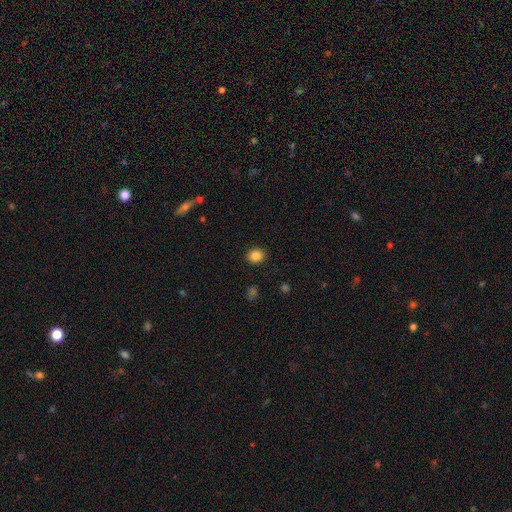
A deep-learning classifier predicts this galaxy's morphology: This appears to be a smooth galaxy with no disk features (85%) that is round (70%). Merging: none (91%).